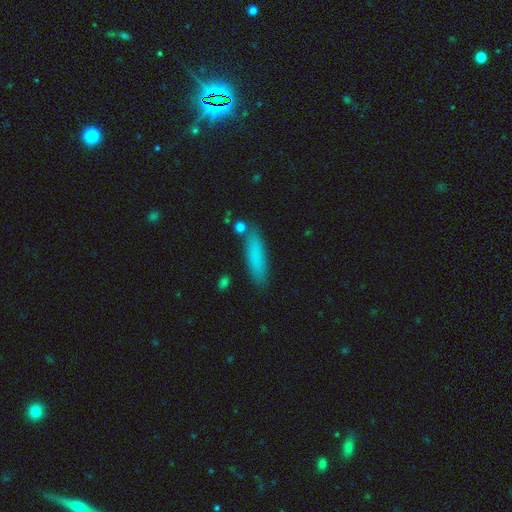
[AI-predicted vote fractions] smooth-or-featured: smooth: 81% | featured or disk: 11% | star or artifact: 8%
  how-rounded: cigar-shaped: 76% | in between: 22% | round: 2%
  merging: none: 83% | minor disturbance: 11% | merger: 3% | major disturbance: 3%